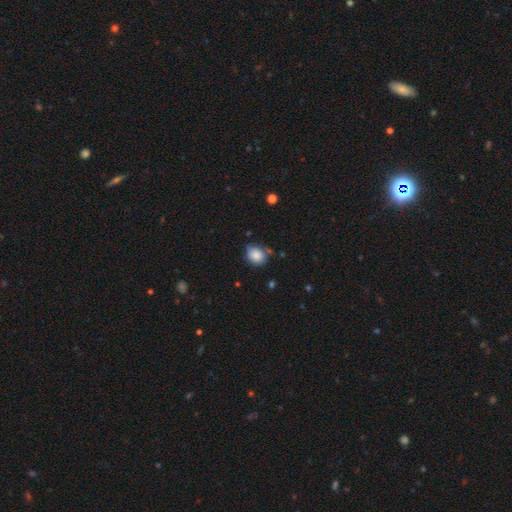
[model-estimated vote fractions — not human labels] This appears to be a smooth galaxy with no disk features (85%) that is round (61%). Merging: none (64%).